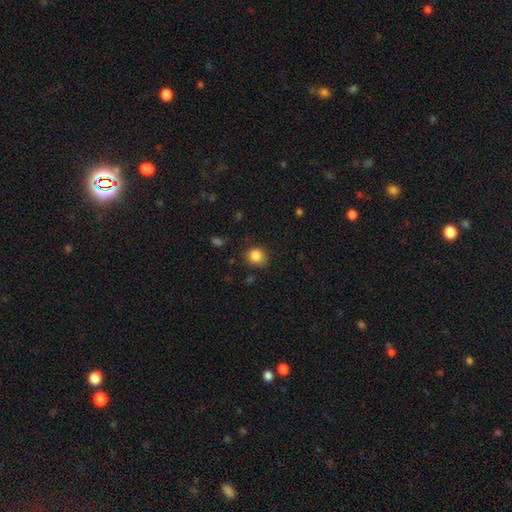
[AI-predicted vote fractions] The model was most divided on "how rounded": round: 80%, in between: 20%, cigar-shaped: 1%. More confident: smooth or featured — smooth (85%); merging — none (79%).